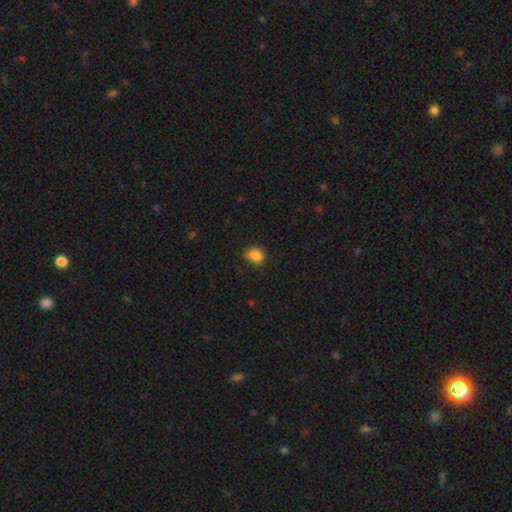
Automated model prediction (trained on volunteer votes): This appears to be a smooth galaxy with no disk features (83%) that is in between round and cigar-shaped (50%). Merging: none (52%).